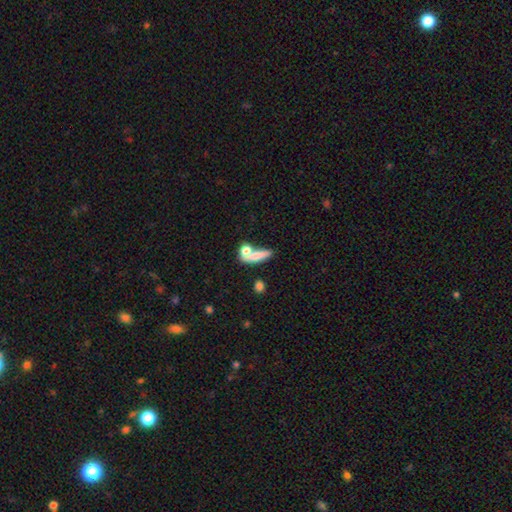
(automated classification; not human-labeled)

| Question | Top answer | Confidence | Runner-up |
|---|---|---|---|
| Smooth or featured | smooth | 69% | featured or disk (21%) |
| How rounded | in between | 42% | cigar-shaped (36%) |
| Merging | merger | 41% | none (37%) |